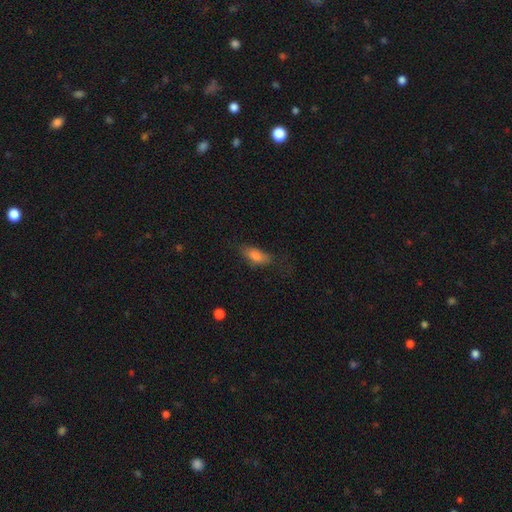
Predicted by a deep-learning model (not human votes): Smooth or featured? smooth (77%)
How rounded? in between (77%)
Merging? none (62%)